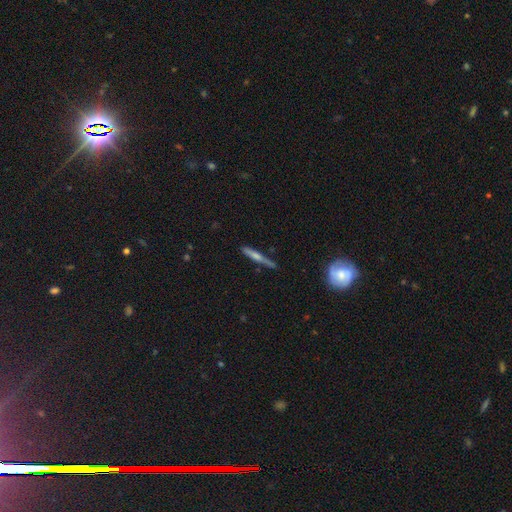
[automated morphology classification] Smooth or featured? Predicted: featured or disk (p=0.65). Edge-on disk? Predicted: yes (p=0.94). Edge-on bulge? Predicted: rounded (p=0.74). Merging? Predicted: none (p=0.83).